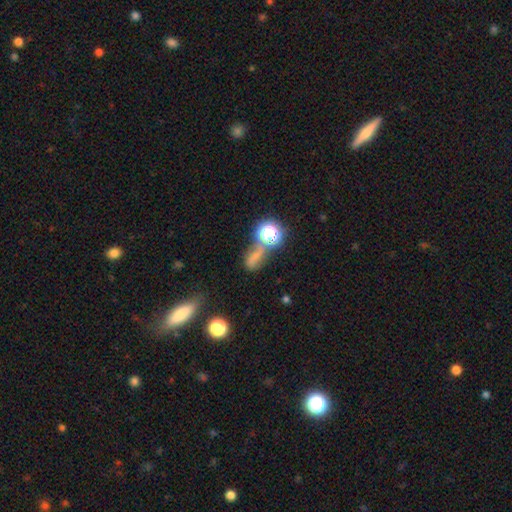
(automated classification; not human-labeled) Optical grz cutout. It shows a smooth galaxy with no disk features (48%). Merging: none (40%).